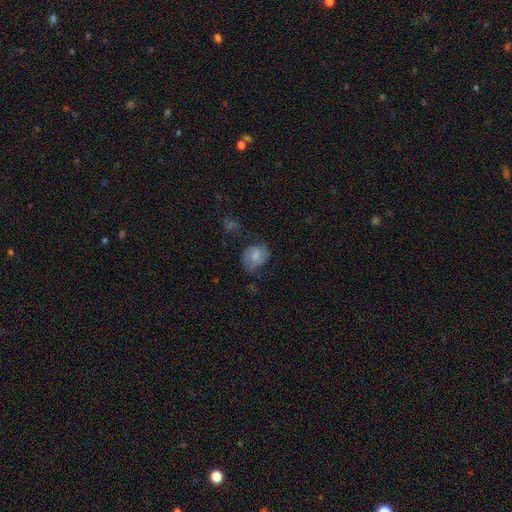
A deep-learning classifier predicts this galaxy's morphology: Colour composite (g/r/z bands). It shows a smooth galaxy with no disk features (65%) that is in between round and cigar-shaped (55%). Merging: none (49%).